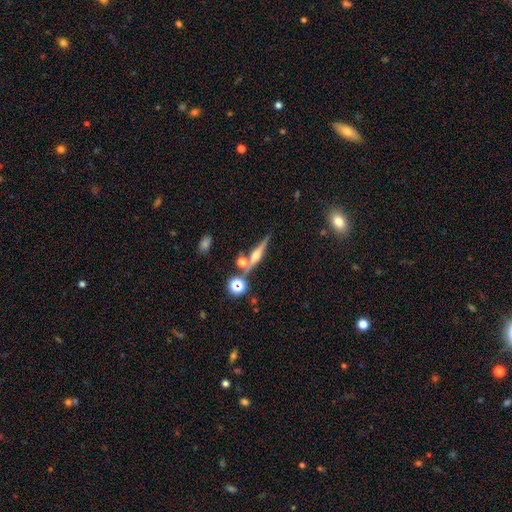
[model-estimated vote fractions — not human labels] Smooth or featured? featured or disk (65%)
Edge-on disk? yes (95%)
Edge-on bulge? rounded (89%)
Merging? none (73%)